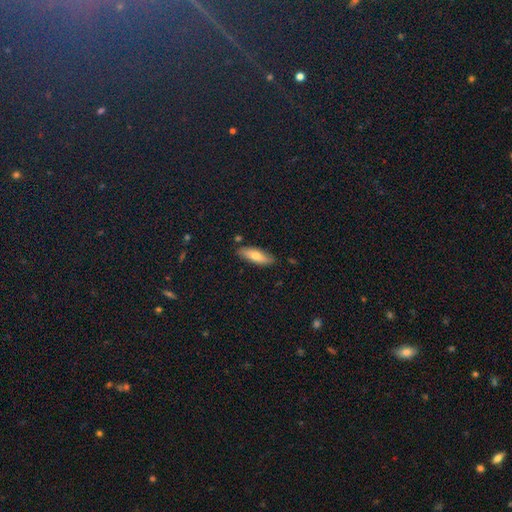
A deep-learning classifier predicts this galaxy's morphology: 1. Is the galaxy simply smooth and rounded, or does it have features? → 67% smooth, 26% featured or disk, 7% star or artifact.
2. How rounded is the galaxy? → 57% in between, 40% cigar-shaped, 2% round.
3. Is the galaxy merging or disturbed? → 84% none, 12% minor disturbance, 2% merger, 2% major disturbance.